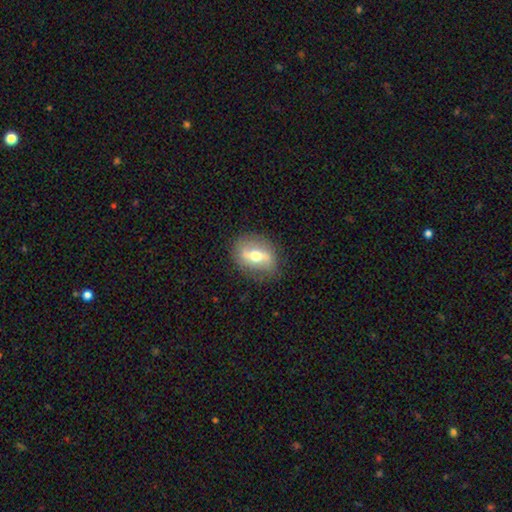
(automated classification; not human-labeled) smooth_or_featured: featured or disk (p=0.63) [alt: smooth p=0.30]
disk_edge_on: no (p=0.84) [alt: yes p=0.16]
bar: strong (p=0.50) [alt: weak p=0.32]
has_spiral_arms: yes (p=0.52) [alt: no p=0.48]
bulge_size: moderate (p=0.71) [alt: small p=0.15]
merging: none (p=0.82) [alt: minor disturbance p=0.12]